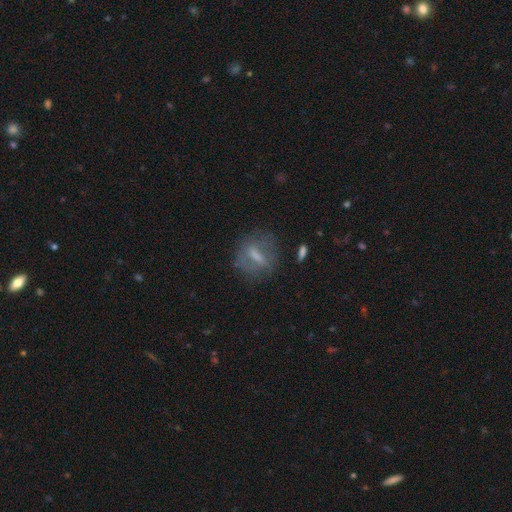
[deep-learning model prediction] Smooth or featured? featured or disk (50%)
Merging? none (65%)